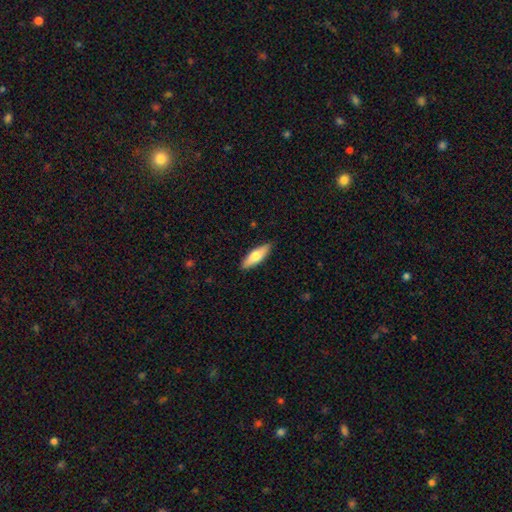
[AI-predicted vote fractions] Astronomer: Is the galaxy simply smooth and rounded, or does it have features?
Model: smooth — 67%.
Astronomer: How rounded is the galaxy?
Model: in between — 50% (runner-up: cigar-shaped, 48%).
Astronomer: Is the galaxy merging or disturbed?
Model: none — 89%.